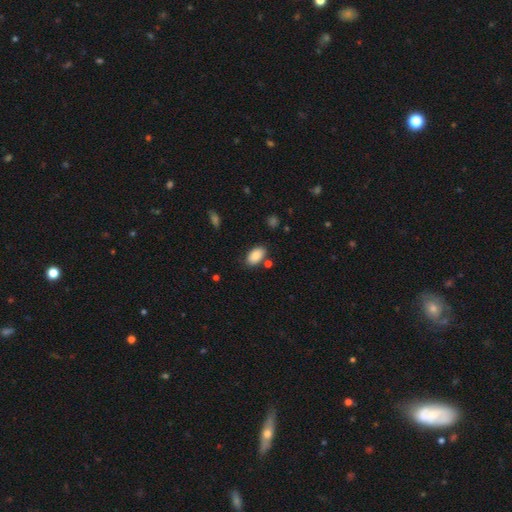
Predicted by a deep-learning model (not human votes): smooth-or-featured: smooth: 85% | featured or disk: 7% | star or artifact: 7%
  how-rounded: in between: 94% | round: 5% | cigar-shaped: 2%
  merging: none: 78% | minor disturbance: 13% | merger: 6% | major disturbance: 3%